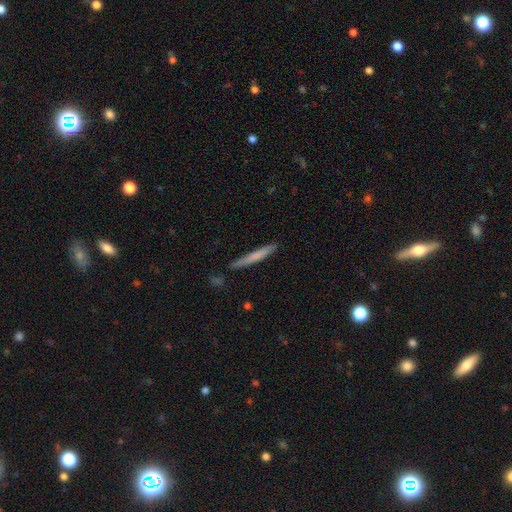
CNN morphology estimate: This is likely a smooth galaxy (63%). How rounded: clearly cigar-shaped (96%). Merging: clearly none (86%).